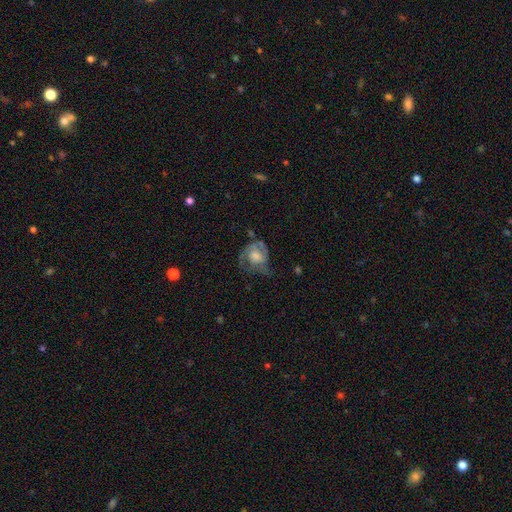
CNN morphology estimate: smooth-or-featured: featured or disk: 60% | smooth: 32% | star or artifact: 7%
  disk-edge-on: no: 97% | yes: 3%
    bar: no: 71% | weak: 24% | strong: 4%
    has-spiral-arms: yes: 74% | no: 26%
    bulge-size: moderate: 45% | large: 25% | small: 18% | none: 9% | dominant: 2%
  merging: none: 37% | major disturbance: 32% | minor disturbance: 28% | merger: 3%